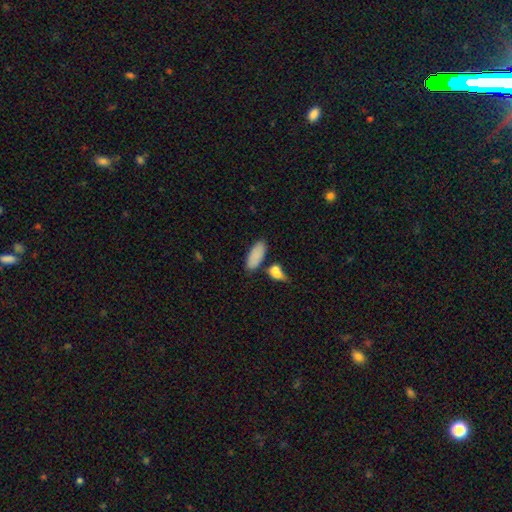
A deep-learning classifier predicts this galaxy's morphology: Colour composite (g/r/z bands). It shows a smooth galaxy with no disk features (86%) that is in between round and cigar-shaped (85%). Merging: none (63%).